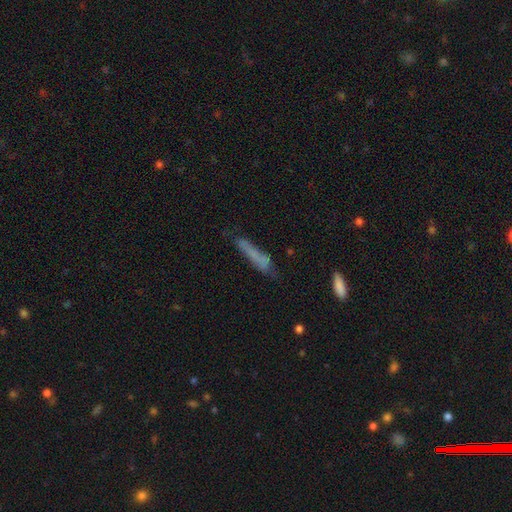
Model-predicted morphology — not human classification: Smooth or featured? smooth (63%)
How rounded? cigar-shaped (89%)
Merging? none (59%)